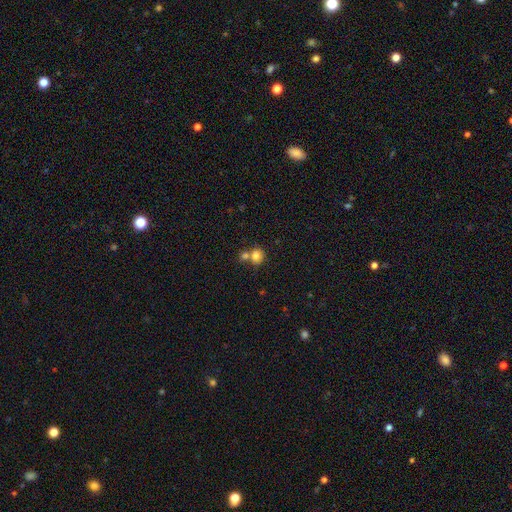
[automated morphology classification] type=smooth (80%); roundness=round (79%); merging=none (51%).